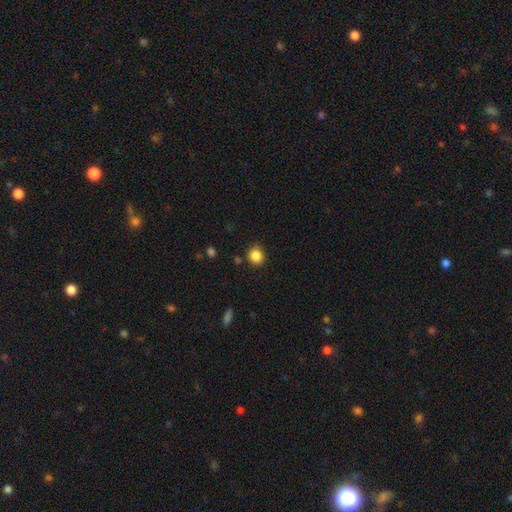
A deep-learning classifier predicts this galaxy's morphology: Smooth or featured?
  - smooth: 86% *
  - star or artifact: 10%
  - featured or disk: 4%
How rounded?
  - round: 77% *
  - in between: 22%
  - cigar-shaped: 1%
Merging?
  - none: 84% *
  - minor disturbance: 11%
  - major disturbance: 3%
  - merger: 2%